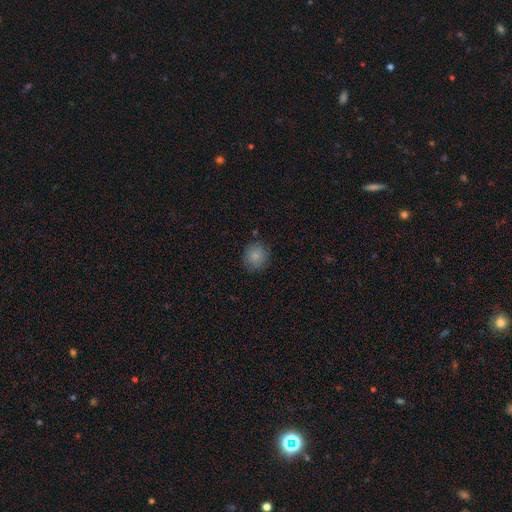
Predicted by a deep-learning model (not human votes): Morphology: type=smooth (85%); roundness=round (88%); merging=none (83%).